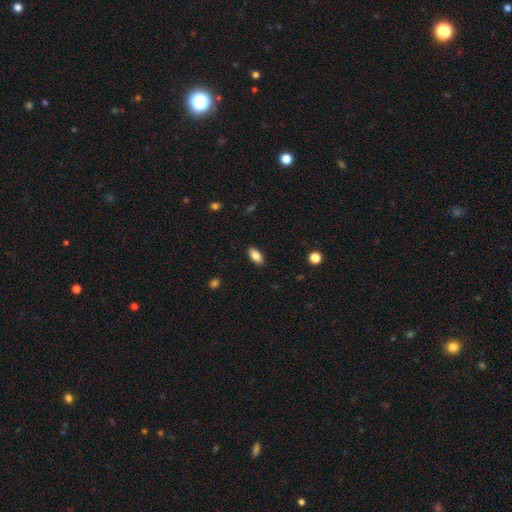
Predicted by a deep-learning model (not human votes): Smooth or featured? smooth (83%)
How rounded? in between (89%)
Merging? none (89%)